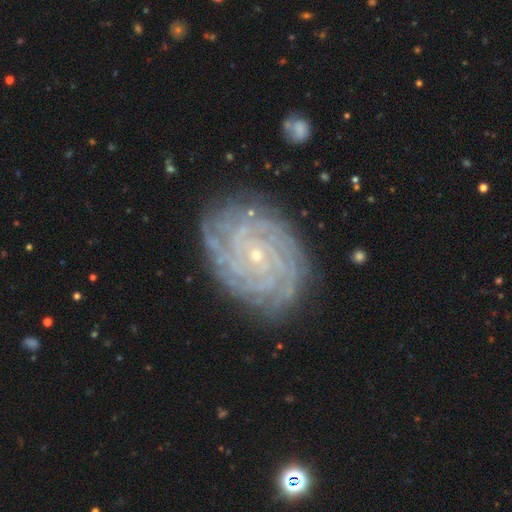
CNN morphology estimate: smooth_or_featured: featured or disk (p=0.88) [alt: star or artifact p=0.06]
disk_edge_on: no (p=0.97) [alt: yes p=0.03]
bar: no (p=0.73) [alt: weak p=0.20]
has_spiral_arms: yes (p=0.98) [alt: no p=0.02]
spiral_winding: tight (p=0.86) [alt: medium p=0.12]
spiral_arm_count: more than 4 (p=0.26) [alt: 4 p=0.22]
bulge_size: small (p=0.86) [alt: moderate p=0.10]
merging: none (p=0.83) [alt: minor disturbance p=0.12]